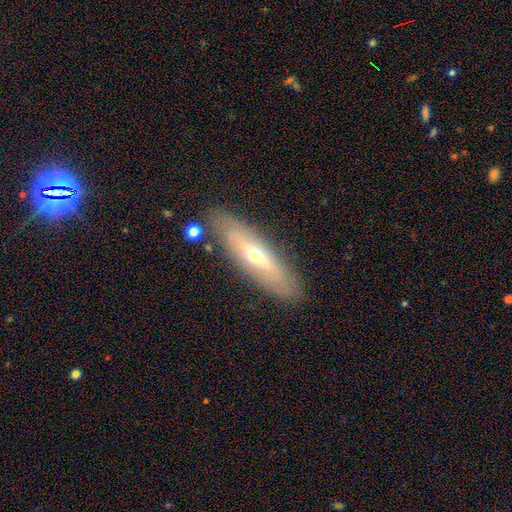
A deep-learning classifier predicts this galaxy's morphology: Smooth or featured?
  - featured or disk: 55% *
  - smooth: 39%
  - star or artifact: 7%
Edge-on disk?
  - yes: 55% *
  - no: 45%
Merging?
  - none: 84% *
  - minor disturbance: 11%
  - major disturbance: 3%
  - merger: 2%